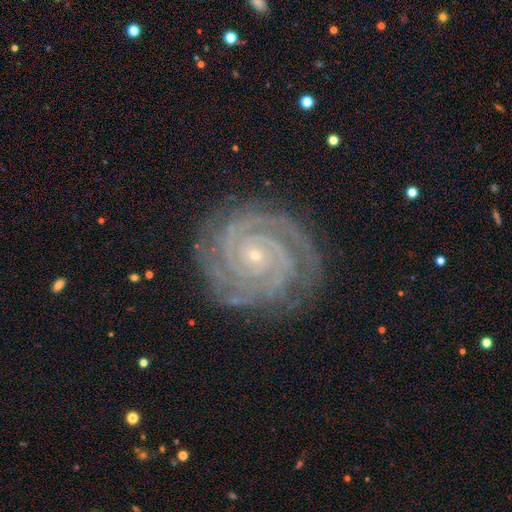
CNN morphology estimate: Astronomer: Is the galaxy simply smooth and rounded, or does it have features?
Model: featured or disk — 92%.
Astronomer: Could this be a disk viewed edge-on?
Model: no — 98%.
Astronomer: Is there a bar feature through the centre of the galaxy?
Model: no — 75%.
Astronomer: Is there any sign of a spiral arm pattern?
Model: yes — 99%.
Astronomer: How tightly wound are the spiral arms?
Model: tight — 87%.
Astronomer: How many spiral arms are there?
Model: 2 — 43% (runner-up: 3, 22%).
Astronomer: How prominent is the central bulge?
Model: small — 88%.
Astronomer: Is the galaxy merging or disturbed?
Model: none — 84%.